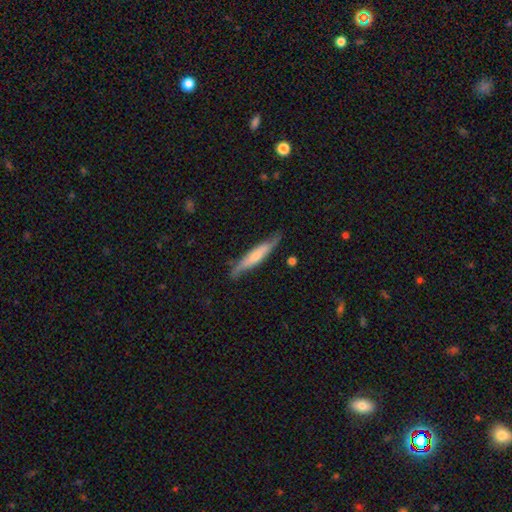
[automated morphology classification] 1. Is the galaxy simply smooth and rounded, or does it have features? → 51% smooth, 44% featured or disk, 5% star or artifact.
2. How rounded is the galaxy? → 89% cigar-shaped, 10% in between, 1% round.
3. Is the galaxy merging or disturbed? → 77% none, 18% minor disturbance, 3% major disturbance, 2% merger.